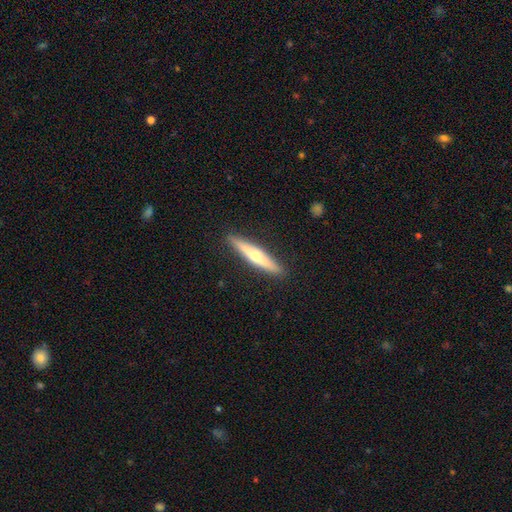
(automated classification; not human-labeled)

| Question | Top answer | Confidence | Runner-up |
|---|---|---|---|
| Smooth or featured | featured or disk | 57% | smooth (37%) |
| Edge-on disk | yes | 95% | no (5%) |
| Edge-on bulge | rounded | 87% | none (11%) |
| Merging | none | 91% | minor disturbance (7%) |